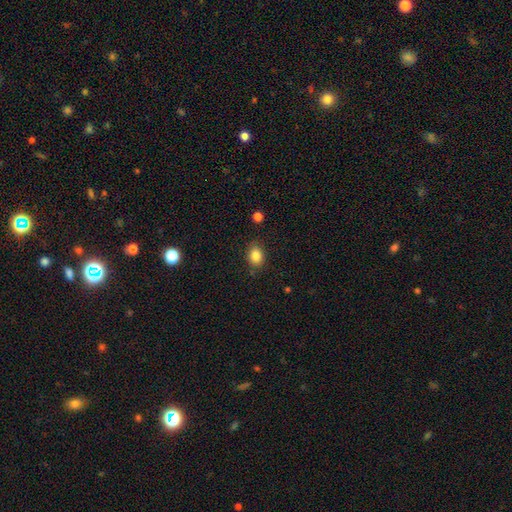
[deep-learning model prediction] A smooth galaxy with no disk features (85%) that is in between round and cigar-shaped (63%).

Vote fractions:
- Smooth or featured? smooth: 85% / star or artifact: 10% / featured or disk: 6%
- How rounded? in between: 63% / round: 36% / cigar-shaped: 1%
- Merging? none: 83% / minor disturbance: 12% / major disturbance: 3% / merger: 2%